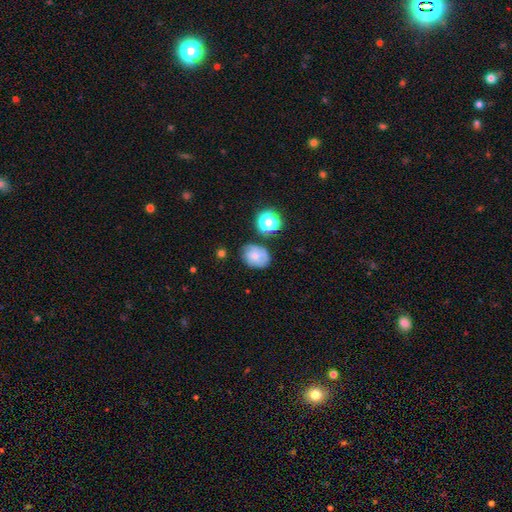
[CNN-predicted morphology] The model was most divided on "how rounded": in between: 55%, round: 44%, cigar-shaped: 1%. More confident: merging — none (59%); smooth or featured — smooth (55%).